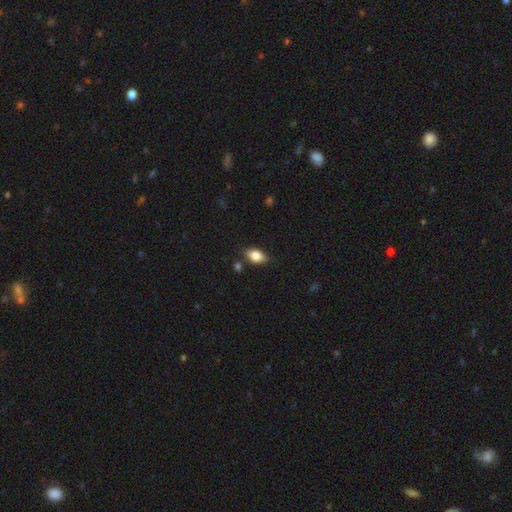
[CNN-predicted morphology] smooth_or_featured: smooth (p=0.79) [alt: featured or disk p=0.13]
how_rounded: in between (p=0.86) [alt: round p=0.09]
merging: none (p=0.78) [alt: minor disturbance p=0.15]